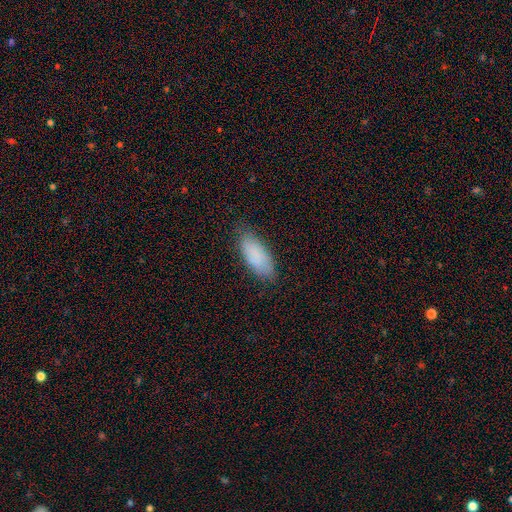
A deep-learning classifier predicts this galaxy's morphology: Smooth or featured? smooth (86%)
How rounded? in between (81%)
Merging? none (78%)